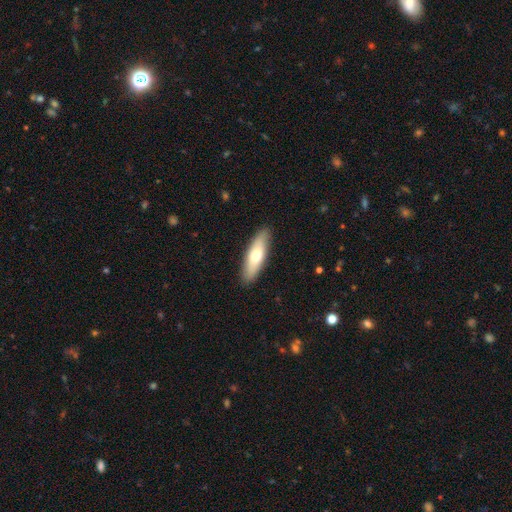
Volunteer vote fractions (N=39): Morphology: type=smooth (72%); roundness=in between (50%); merging=none (86%).